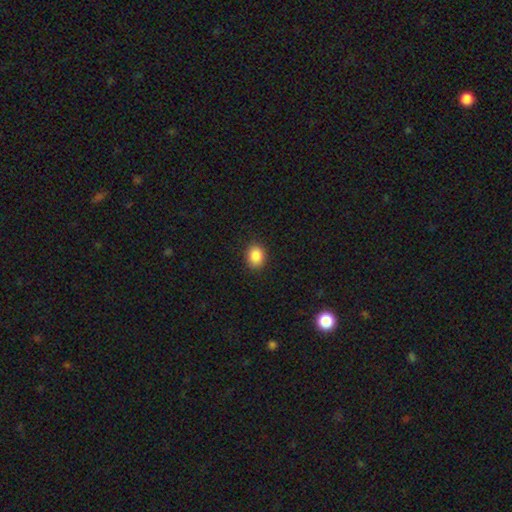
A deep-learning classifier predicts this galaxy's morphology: This appears to be a smooth galaxy with no disk features (87%) that is in between round and cigar-shaped (51%). Merging: none (89%).